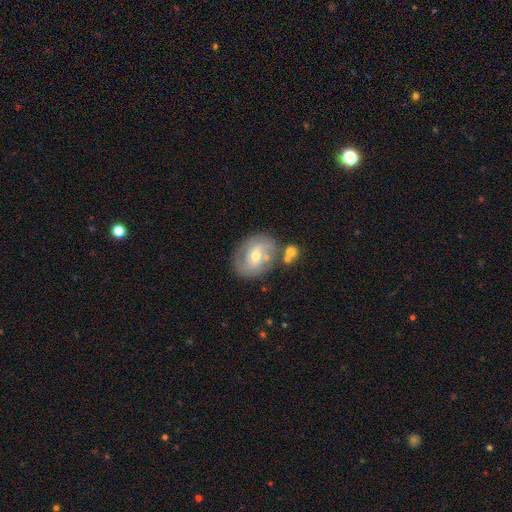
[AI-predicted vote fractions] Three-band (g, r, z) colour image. It shows a featured or disk galaxy (67%) with a weak bar (44%), 2 (71%) medium (43%) spiral arms (79%) and a moderate central bulge (61%). Merging: none (69%).